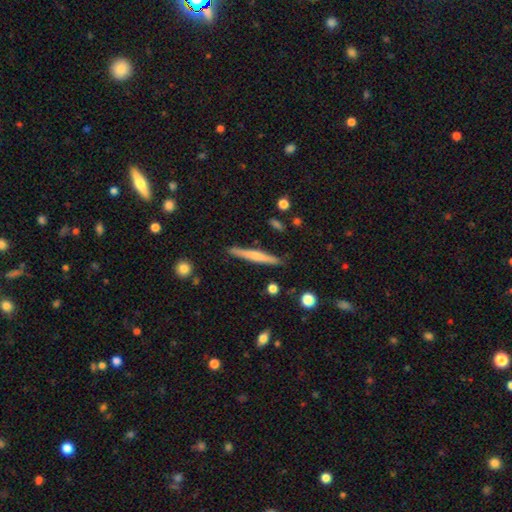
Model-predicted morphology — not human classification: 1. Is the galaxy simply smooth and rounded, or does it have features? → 51% smooth, 44% featured or disk, 6% star or artifact.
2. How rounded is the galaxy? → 95% cigar-shaped, 3% in between, 2% round.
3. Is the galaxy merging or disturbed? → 89% none, 8% minor disturbance, 2% merger, 2% major disturbance.